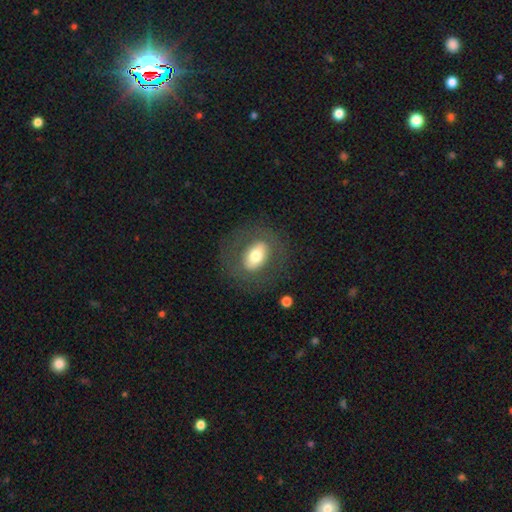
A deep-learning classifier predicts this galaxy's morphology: Q: Smooth or featured?
A: smooth (53%); runner-up: featured or disk (39%)
Q: How rounded?
A: in between (71%); runner-up: round (28%)
Q: Merging?
A: none (77%); runner-up: minor disturbance (12%)